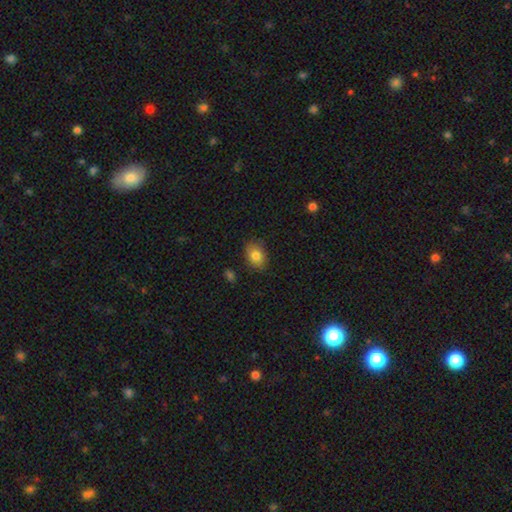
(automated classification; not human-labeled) smooth-or-featured: smooth: 83% | featured or disk: 9% | star or artifact: 9%
  how-rounded: in between: 69% | round: 30% | cigar-shaped: 1%
  merging: none: 84% | minor disturbance: 12% | major disturbance: 3% | merger: 1%